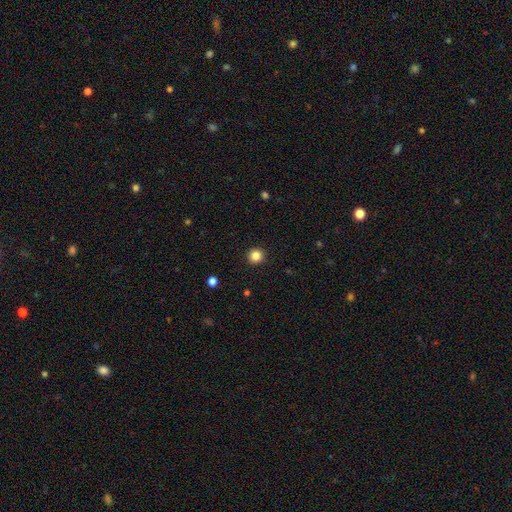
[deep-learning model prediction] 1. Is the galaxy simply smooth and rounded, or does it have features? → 85% smooth, 11% star or artifact, 4% featured or disk.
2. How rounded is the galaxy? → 94% round, 5% in between, 1% cigar-shaped.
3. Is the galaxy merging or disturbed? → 93% none, 5% minor disturbance, 2% major disturbance, 1% merger.